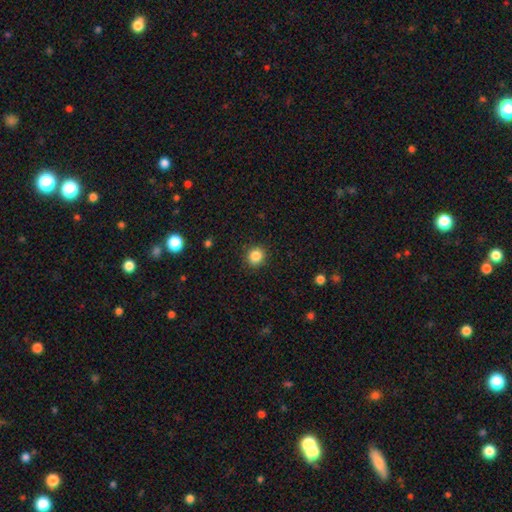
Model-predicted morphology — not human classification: The model was most divided on "how rounded": round: 85%, in between: 14%, cigar-shaped: 1%. More confident: merging — none (90%); smooth or featured — smooth (86%).